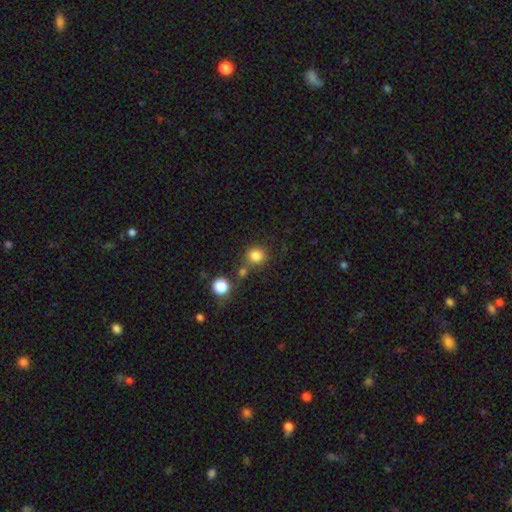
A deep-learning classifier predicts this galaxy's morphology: A smooth galaxy with no disk features (82%) that is round (90%).

Vote fractions:
- Smooth or featured? smooth: 82% / star or artifact: 13% / featured or disk: 5%
- How rounded? round: 90% / in between: 9% / cigar-shaped: 1%
- Merging? none: 70% / merger: 17% / minor disturbance: 9% / major disturbance: 4%